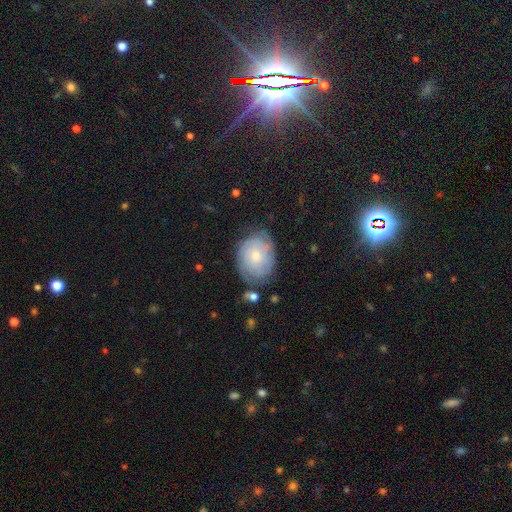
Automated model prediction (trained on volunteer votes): smooth_or_featured: featured or disk (p=0.50) [alt: smooth p=0.42]
merging: none (p=0.66) [alt: minor disturbance p=0.24]